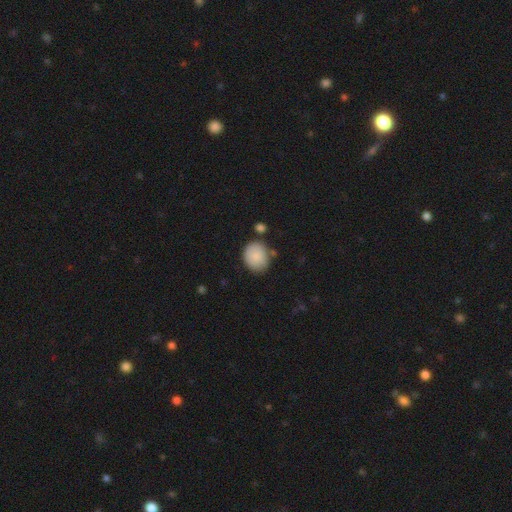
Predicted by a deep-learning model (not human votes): smooth 87%, star or artifact 7%, featured or disk 6%. Down the decision tree: how rounded — round (60%); merging — none (73%).